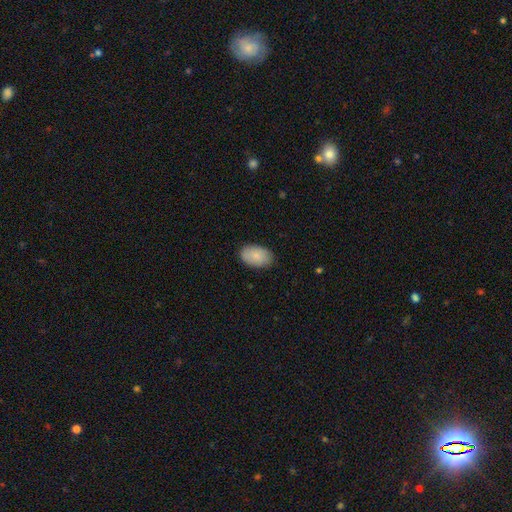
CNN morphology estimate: Smooth or featured? smooth (85%)
How rounded? in between (92%)
Merging? none (85%)